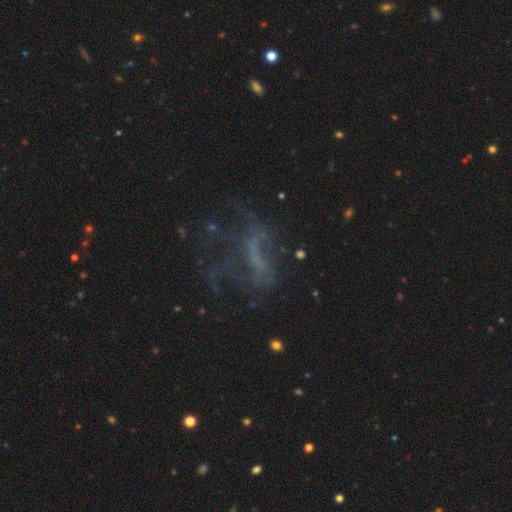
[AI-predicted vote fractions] A featured or disk galaxy (46%). Merging: none (43%).